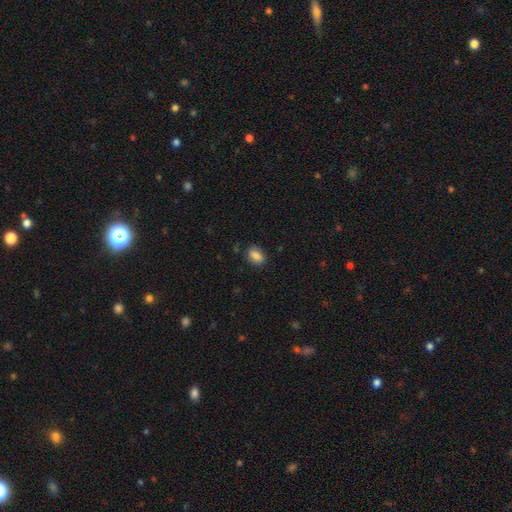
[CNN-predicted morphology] This appears to be a smooth galaxy with no disk features (84%) that is in between round and cigar-shaped (80%). Merging: none (82%).